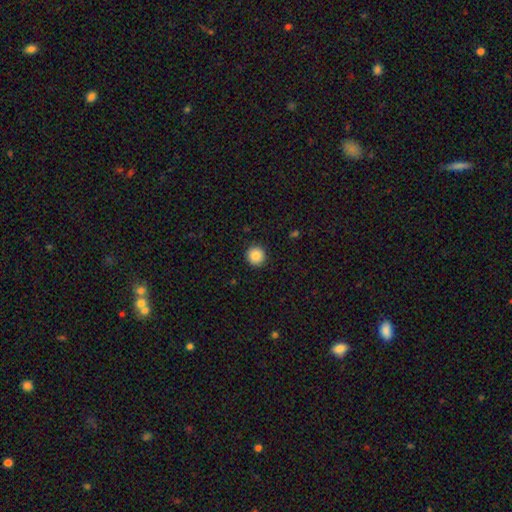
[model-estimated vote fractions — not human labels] Smooth or featured: smooth — 87% (star or artifact — 9%)
How rounded: round — 95% (in between — 4%)
Merging: none — 92% (minor disturbance — 5%)